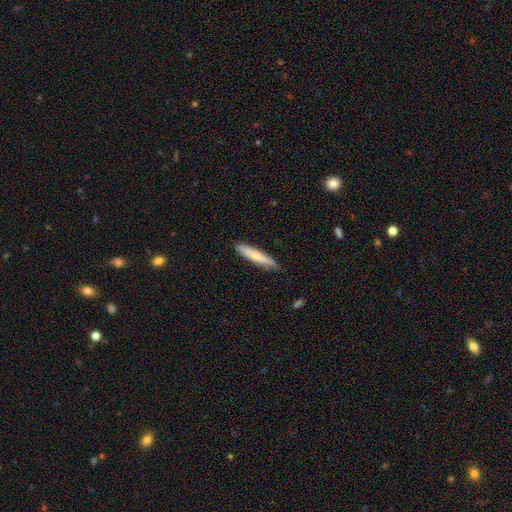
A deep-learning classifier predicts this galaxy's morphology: Smooth or featured?
  - smooth: 62% *
  - featured or disk: 32%
  - star or artifact: 6%
How rounded?
  - cigar-shaped: 86% *
  - in between: 13%
  - round: 1%
Merging?
  - none: 83% *
  - minor disturbance: 13%
  - major disturbance: 2%
  - merger: 1%